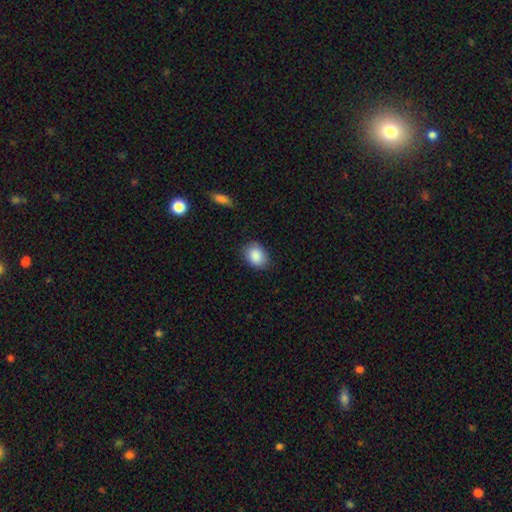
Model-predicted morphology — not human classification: smooth_or_featured: smooth (p=0.89) [alt: star or artifact p=0.08]
how_rounded: in between (p=0.68) [alt: round p=0.31]
merging: none (p=0.83) [alt: minor disturbance p=0.13]